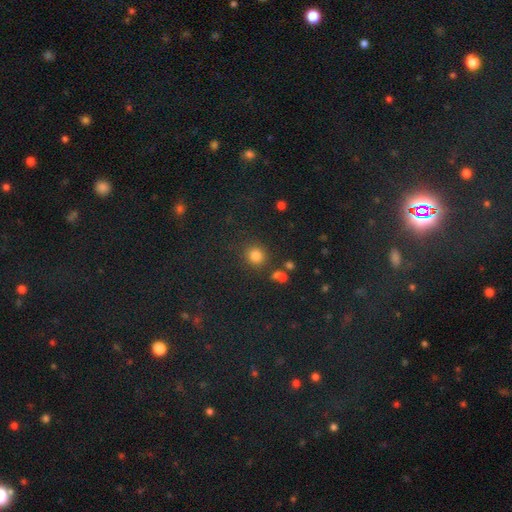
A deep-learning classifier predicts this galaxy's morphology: A smooth galaxy with no disk features (79%) that is round (88%). Merging: none (82%).